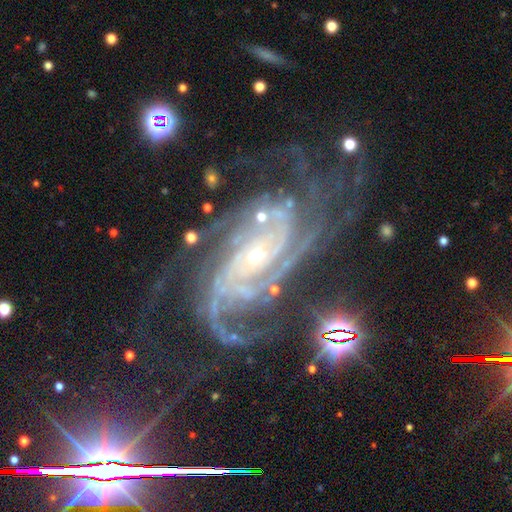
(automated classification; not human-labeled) This appears to be a featured or disk galaxy (90%) with no bar (59%), 4 (23%) tight (60%) spiral arms (98%) and a small central bulge (76%). Merging: none (62%).